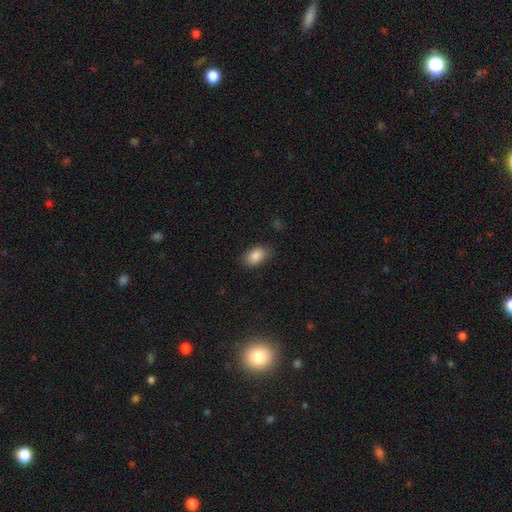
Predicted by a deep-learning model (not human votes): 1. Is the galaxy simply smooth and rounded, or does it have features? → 86% smooth, 8% star or artifact, 6% featured or disk.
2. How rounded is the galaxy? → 89% in between, 9% round, 2% cigar-shaped.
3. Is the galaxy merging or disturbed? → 81% none, 14% minor disturbance, 3% major disturbance, 1% merger.